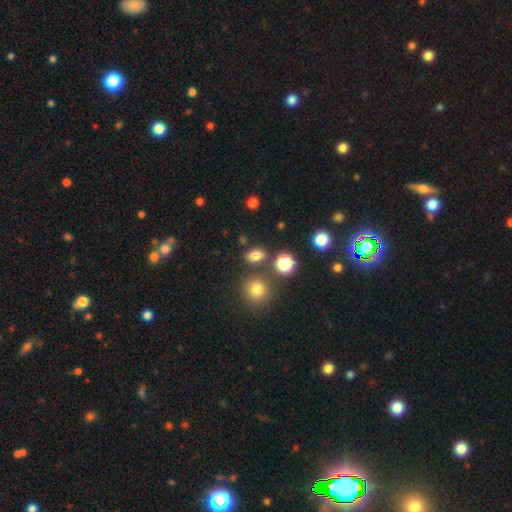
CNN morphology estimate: Smooth or featured?
  - smooth: 78% *
  - star or artifact: 16%
  - featured or disk: 6%
How rounded?
  - in between: 69% *
  - round: 28%
  - cigar-shaped: 3%
Merging?
  - none: 76% *
  - minor disturbance: 11%
  - merger: 10%
  - major disturbance: 4%